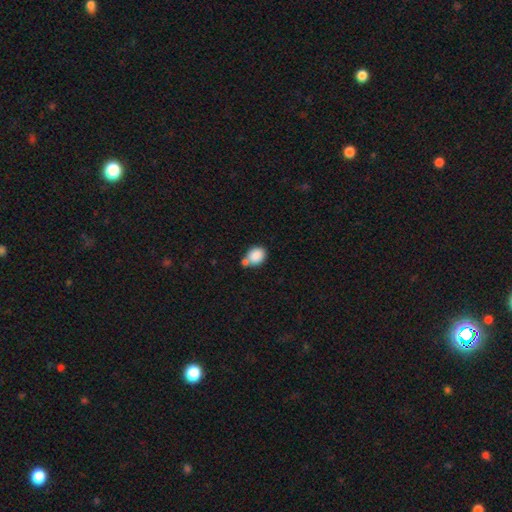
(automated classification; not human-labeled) Q: Smooth or featured?
A: smooth (86%); runner-up: star or artifact (8%)
Q: How rounded?
A: round (53%); runner-up: in between (46%)
Q: Merging?
A: none (47%); runner-up: merger (33%)